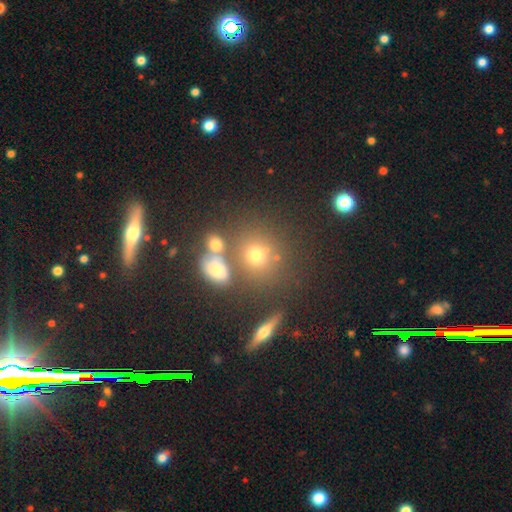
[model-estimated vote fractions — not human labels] The model was most divided on "merging": none: 63%, merger: 21%, minor disturbance: 11%, major disturbance: 5%. More confident: how rounded — round (76%); smooth or featured — smooth (65%).